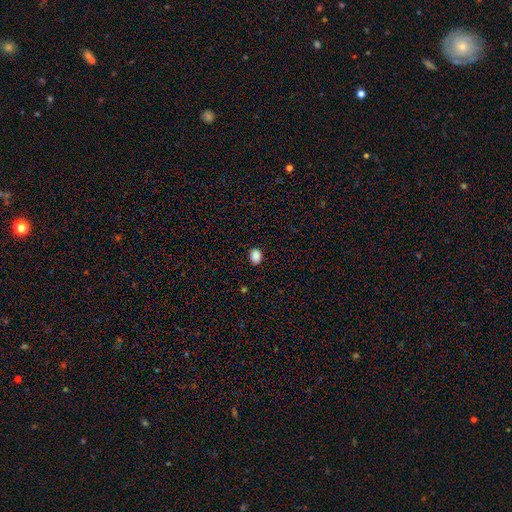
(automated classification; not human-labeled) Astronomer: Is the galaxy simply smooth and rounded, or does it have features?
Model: smooth — 88%.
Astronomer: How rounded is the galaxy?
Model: in between — 57% (runner-up: round, 42%).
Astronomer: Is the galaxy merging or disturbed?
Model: none — 87%.